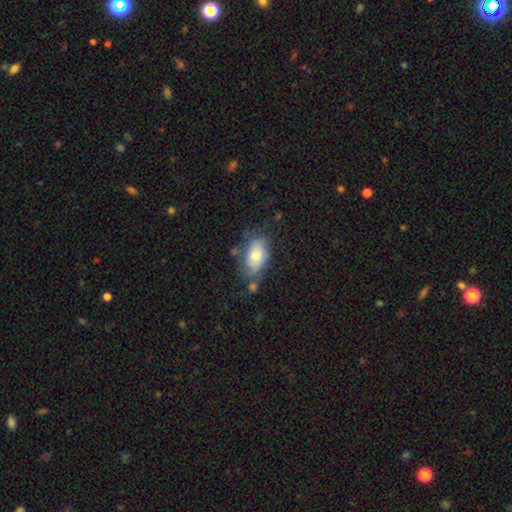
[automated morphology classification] Smooth or featured? smooth (64%)
How rounded? in between (91%)
Merging? none (48%)